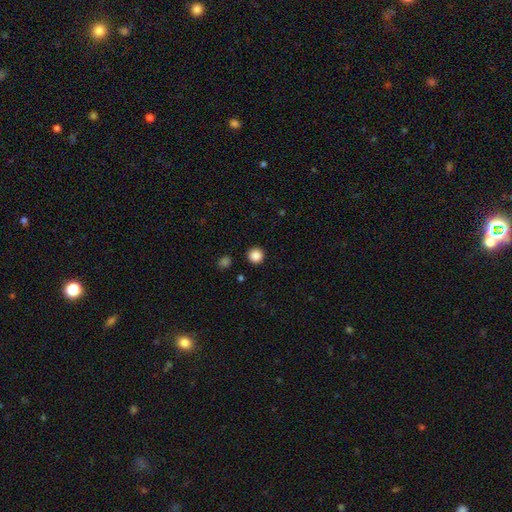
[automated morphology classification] This appears to be a smooth galaxy with no disk features (87%) that is round (96%). Merging: none (93%).